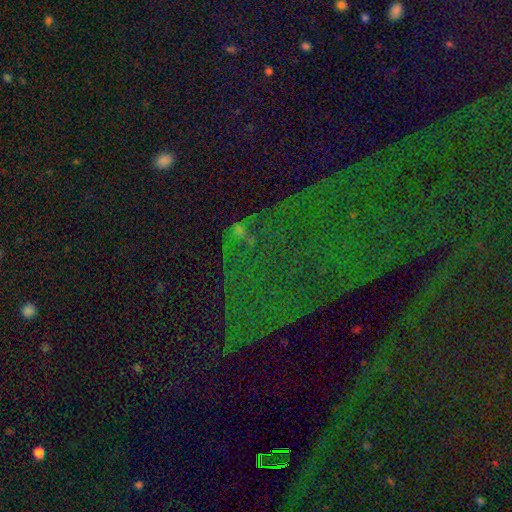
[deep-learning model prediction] star or artifact 81%, smooth 10%, featured or disk 9%.